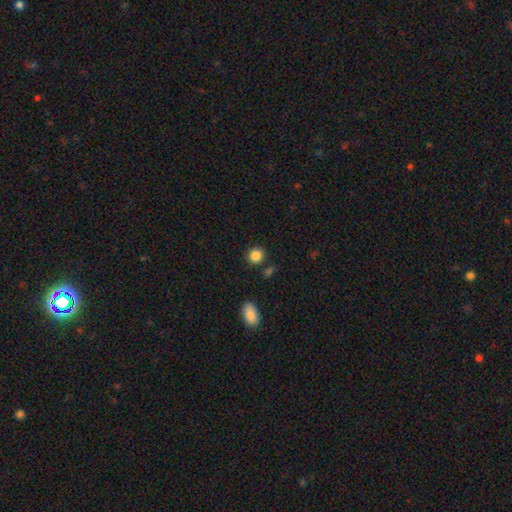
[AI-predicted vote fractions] Smooth or featured? Predicted: smooth (p=0.87). How rounded? Predicted: round (p=0.86). Merging? Predicted: none (p=0.85).